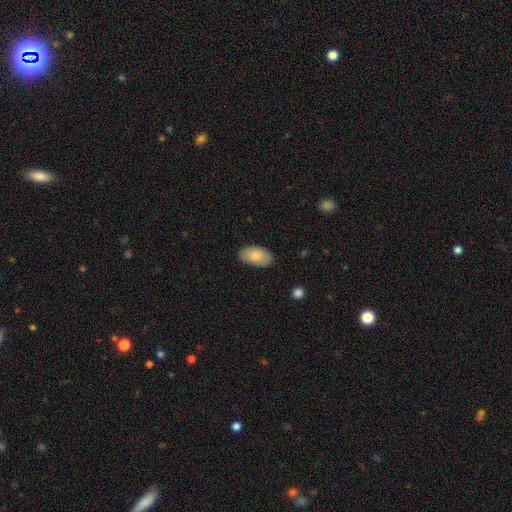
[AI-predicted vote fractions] Q: Smooth or featured?
A: smooth (82%); runner-up: featured or disk (11%)
Q: How rounded?
A: in between (95%); runner-up: round (4%)
Q: Merging?
A: none (85%); runner-up: minor disturbance (12%)